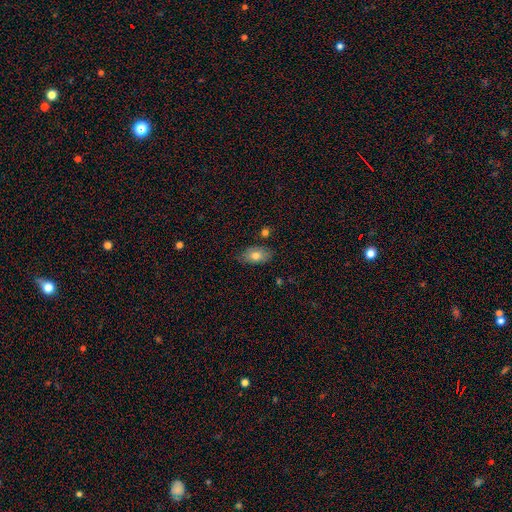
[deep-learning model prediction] Overall: smooth (76%). How rounded: in between (89%). Merging: none (78%).